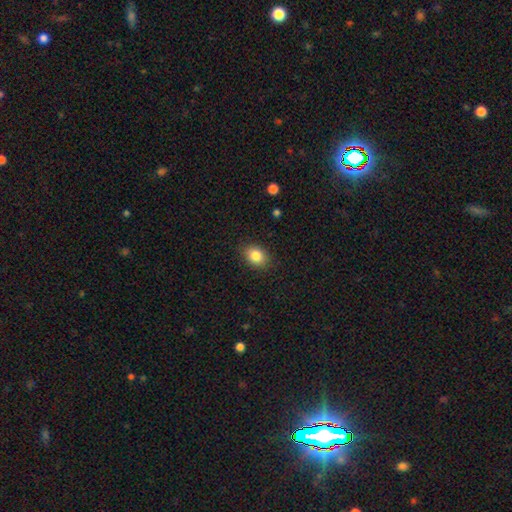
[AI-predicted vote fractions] Smooth or featured: smooth — 84% (star or artifact — 9%)
How rounded: in between — 62% (round — 37%)
Merging: none — 87% (minor disturbance — 10%)